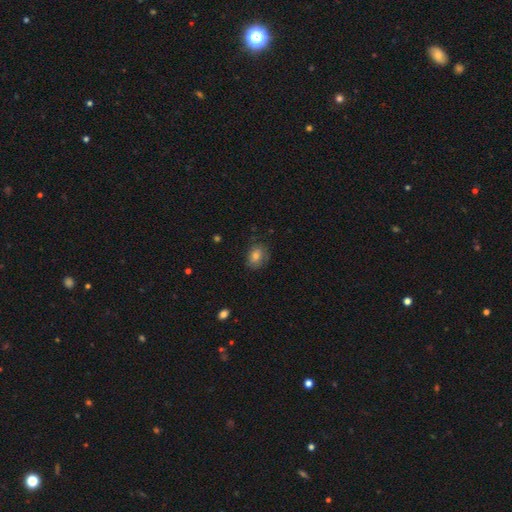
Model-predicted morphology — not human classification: smooth_or_featured: smooth (p=0.72) [alt: featured or disk p=0.15]
how_rounded: in between (p=0.52) [alt: round p=0.47]
merging: none (p=0.76) [alt: minor disturbance p=0.18]